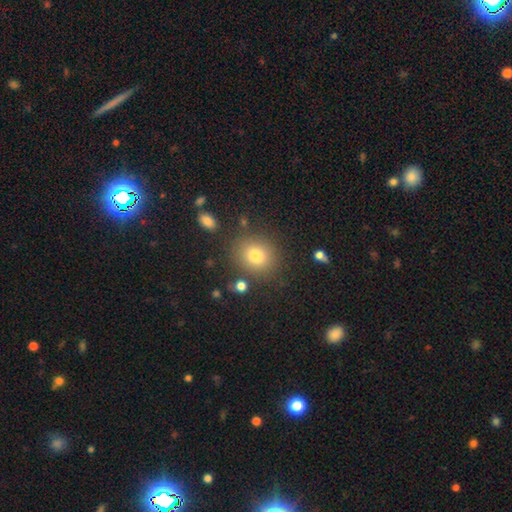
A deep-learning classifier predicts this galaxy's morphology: Smooth or featured? smooth (78%)
How rounded? round (77%)
Merging? none (83%)